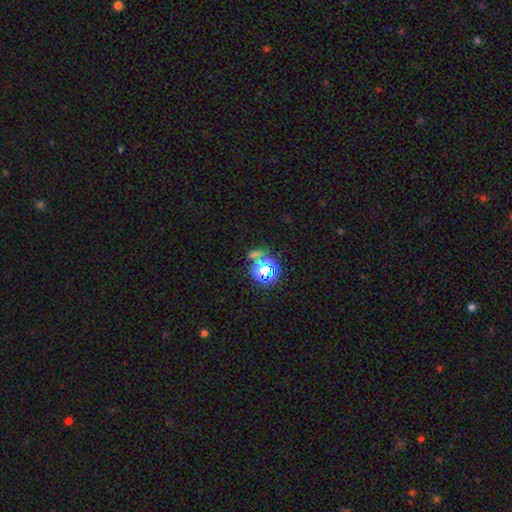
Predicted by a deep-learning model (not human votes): Q: Smooth or featured?
A: star or artifact (65%); runner-up: smooth (26%)